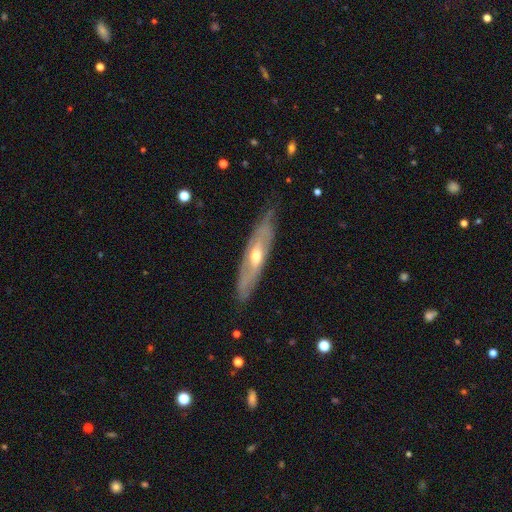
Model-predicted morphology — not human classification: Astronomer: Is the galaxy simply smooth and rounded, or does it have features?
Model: featured or disk — 65%.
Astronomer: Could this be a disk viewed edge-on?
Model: no — 53% (runner-up: yes, 47%).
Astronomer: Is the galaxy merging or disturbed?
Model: none — 75%.